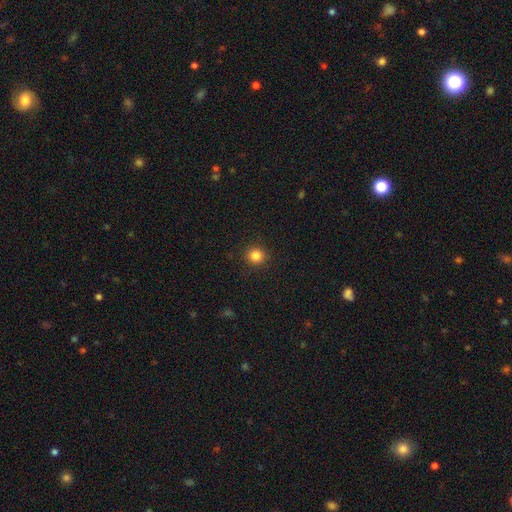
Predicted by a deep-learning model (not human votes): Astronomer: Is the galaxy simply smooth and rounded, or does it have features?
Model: smooth — 84%.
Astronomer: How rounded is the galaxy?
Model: round — 93%.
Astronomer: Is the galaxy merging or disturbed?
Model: none — 92%.